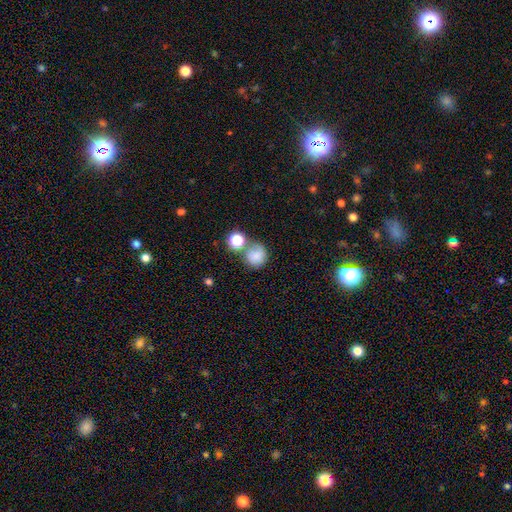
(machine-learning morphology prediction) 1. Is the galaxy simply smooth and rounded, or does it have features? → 77% smooth, 12% star or artifact, 11% featured or disk.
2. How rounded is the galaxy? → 83% round, 16% in between, 1% cigar-shaped.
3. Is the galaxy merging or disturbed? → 51% none, 26% merger, 16% minor disturbance, 8% major disturbance.